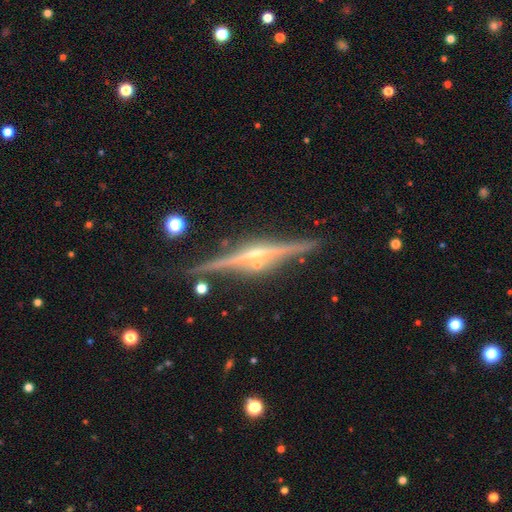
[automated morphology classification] Overall: featured or disk (89%). Edge-on disk: yes (98%). Edge-on bulge: rounded (88%). Merging: none (87%).